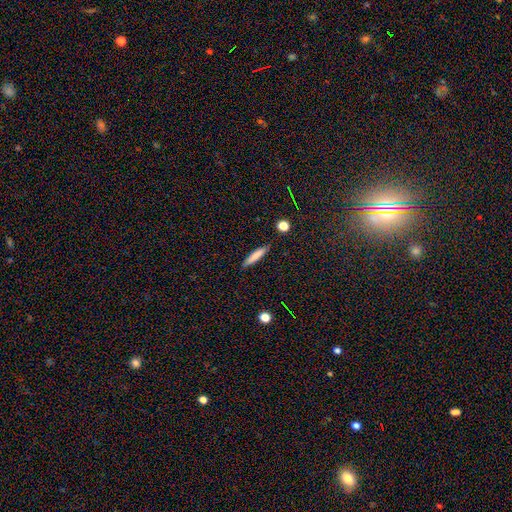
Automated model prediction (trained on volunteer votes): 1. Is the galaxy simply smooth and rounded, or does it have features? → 78% smooth, 15% featured or disk, 7% star or artifact.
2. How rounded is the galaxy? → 89% cigar-shaped, 10% in between, 2% round.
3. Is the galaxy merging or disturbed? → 87% none, 10% minor disturbance, 2% major disturbance, 2% merger.